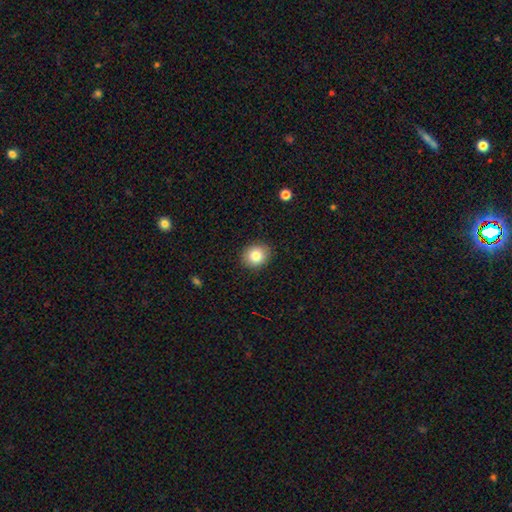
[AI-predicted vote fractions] A smooth galaxy with no disk features (82%) that is round (66%). Merging: none (90%).